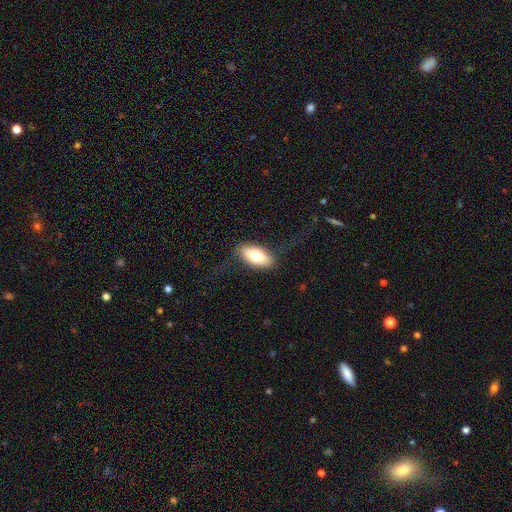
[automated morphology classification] Smooth or featured? smooth (66%)
How rounded? in between (88%)
Merging? none (77%)